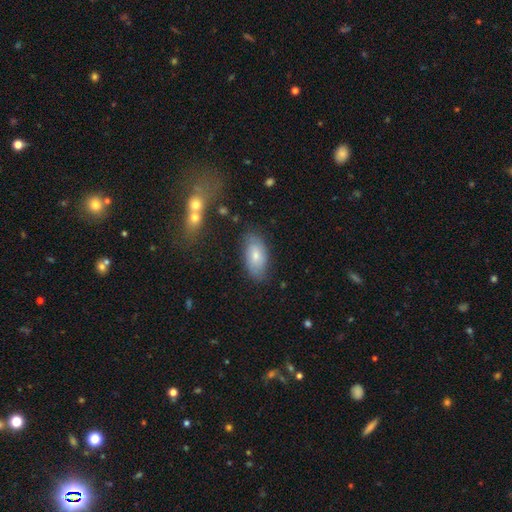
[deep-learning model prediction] A smooth galaxy with no disk features (65%) that is in between round and cigar-shaped (93%).

Vote fractions:
- Smooth or featured? smooth: 65% / featured or disk: 28% / star or artifact: 7%
- How rounded? in between: 93% / cigar-shaped: 4% / round: 4%
- Merging? none: 76% / minor disturbance: 18% / major disturbance: 4% / merger: 2%